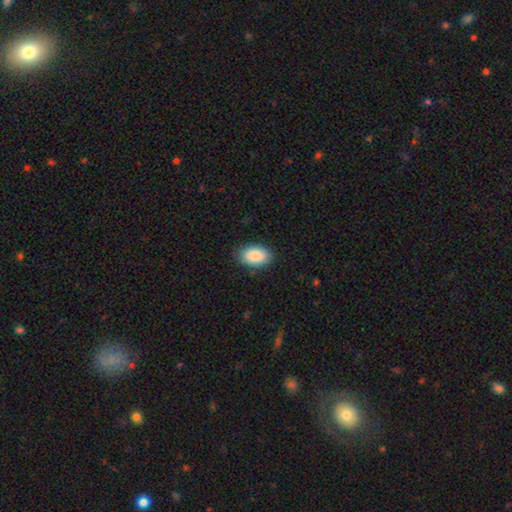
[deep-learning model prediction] smooth-or-featured: smooth: 89% | star or artifact: 6% | featured or disk: 5%
  how-rounded: in between: 92% | round: 7% | cigar-shaped: 1%
  merging: none: 84% | minor disturbance: 12% | major disturbance: 3% | merger: 1%